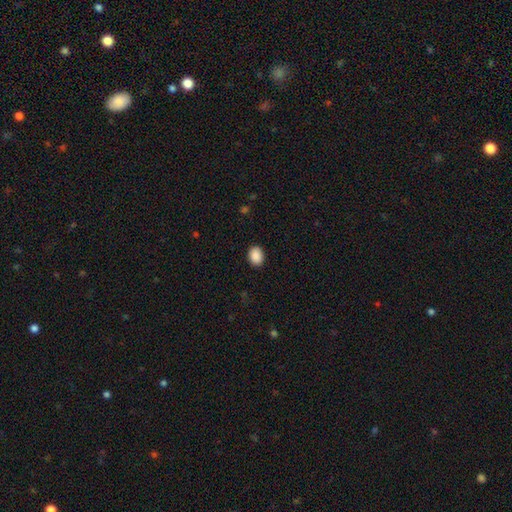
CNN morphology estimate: smooth 90%, star or artifact 8%, featured or disk 2%. Down the decision tree: how rounded — in between (64%); merging — none (89%).